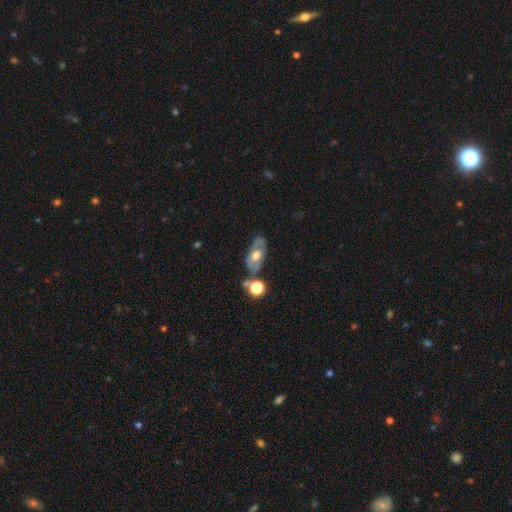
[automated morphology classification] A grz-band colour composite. It shows a featured or disk galaxy (57%). Merging: none (61%).